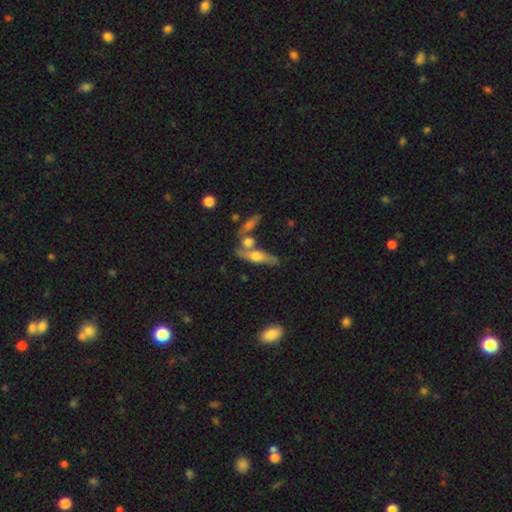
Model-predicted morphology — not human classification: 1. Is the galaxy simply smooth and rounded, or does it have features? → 50% featured or disk, 42% smooth, 8% star or artifact.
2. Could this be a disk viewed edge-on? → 73% yes, 27% no.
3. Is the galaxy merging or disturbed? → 48% none, 35% merger, 12% minor disturbance, 5% major disturbance.